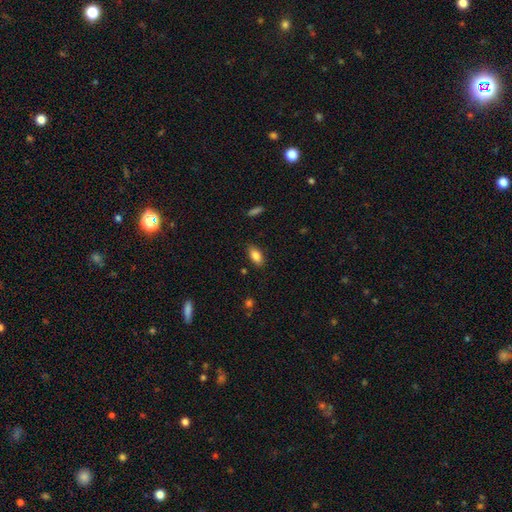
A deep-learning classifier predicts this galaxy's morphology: This is clearly a smooth galaxy (85%). How rounded: clearly in between (89%). Merging: clearly none (84%).